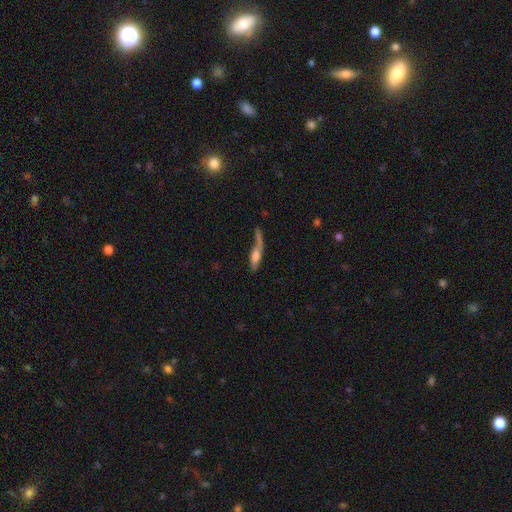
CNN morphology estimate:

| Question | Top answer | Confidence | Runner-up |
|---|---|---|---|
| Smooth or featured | smooth | 52% | featured or disk (40%) |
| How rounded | cigar-shaped | 67% | in between (30%) |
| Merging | none | 33% | major disturbance (29%) |